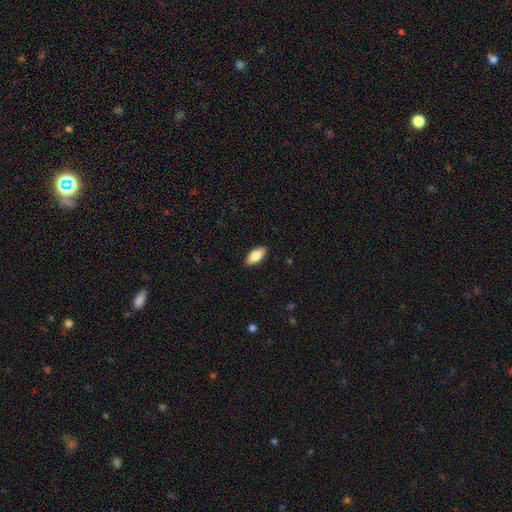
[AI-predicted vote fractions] Smooth or featured? Predicted: smooth (p=0.82). How rounded? Predicted: in between (p=0.88). Merging? Predicted: none (p=0.89).